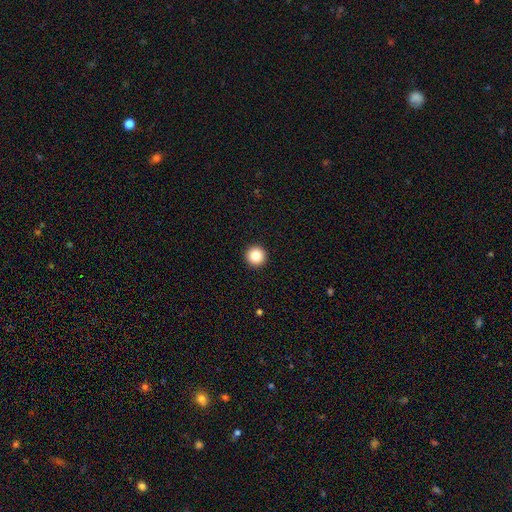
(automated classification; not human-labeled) Overall: smooth (85%). How rounded: round (97%). Merging: none (94%).